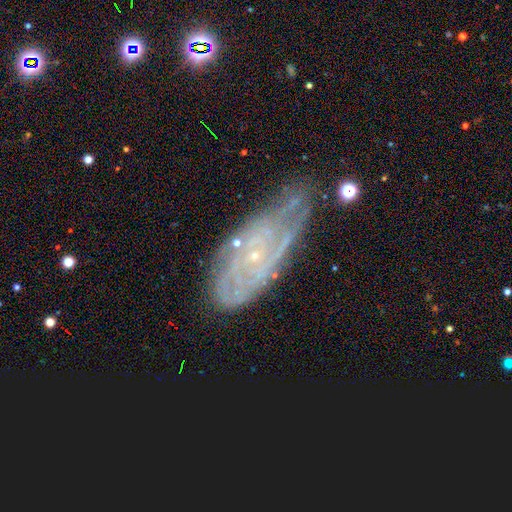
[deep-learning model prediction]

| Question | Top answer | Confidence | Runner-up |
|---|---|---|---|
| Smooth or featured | featured or disk | 75% | smooth (13%) |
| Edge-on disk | no | 89% | yes (11%) |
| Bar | no | 73% | weak (21%) |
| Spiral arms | yes | 85% | no (15%) |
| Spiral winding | tight | 64% | medium (26%) |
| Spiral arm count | can't tell | 50% | 2 (18%) |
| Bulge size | small | 85% | moderate (7%) |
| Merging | none | 59% | minor disturbance (26%) |